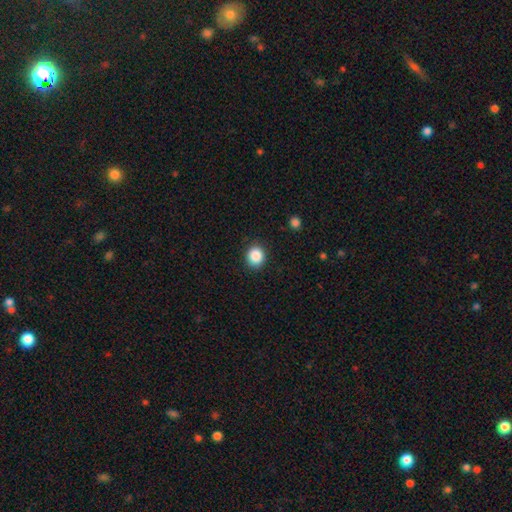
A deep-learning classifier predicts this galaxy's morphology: Smooth or featured?
  - smooth: 87% *
  - star or artifact: 9%
  - featured or disk: 3%
How rounded?
  - round: 82% *
  - in between: 17%
  - cigar-shaped: 1%
Merging?
  - none: 90% *
  - minor disturbance: 7%
  - major disturbance: 2%
  - merger: 1%